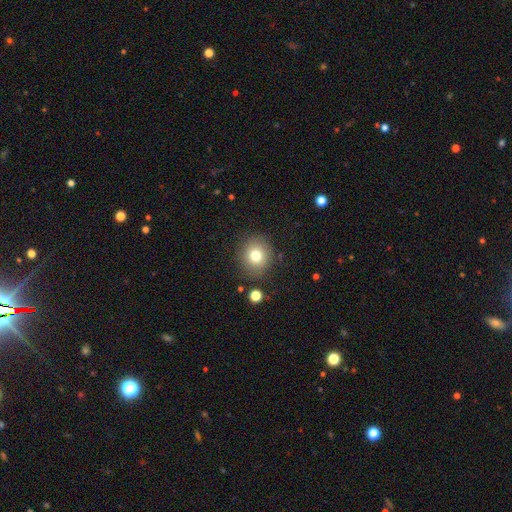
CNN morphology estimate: This is likely a smooth galaxy (77%). How rounded: clearly round (88%). Merging: clearly none (86%).